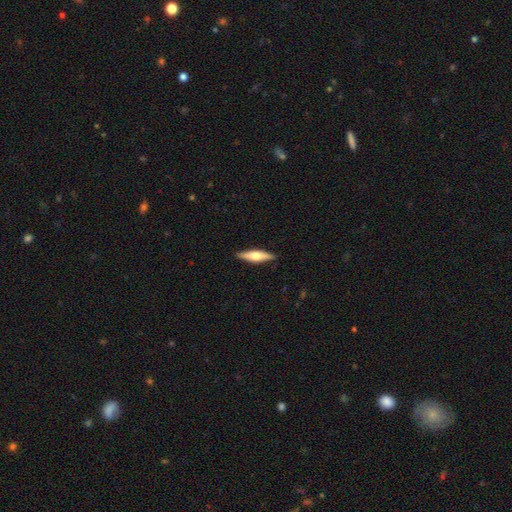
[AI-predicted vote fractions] Smooth or featured?
  - featured or disk: 50% *
  - smooth: 44%
  - star or artifact: 6%
Edge-on disk?
  - yes: 93% *
  - no: 7%
Merging?
  - none: 89% *
  - minor disturbance: 8%
  - major disturbance: 2%
  - merger: 1%